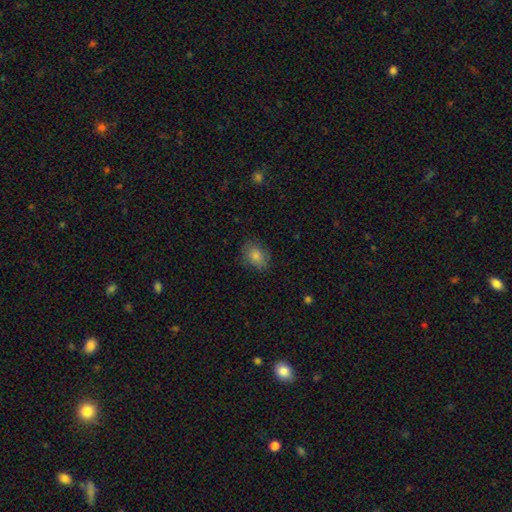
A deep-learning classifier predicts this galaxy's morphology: This is likely a smooth galaxy (79%). How rounded: likely in between (65%). Merging: clearly none (82%).